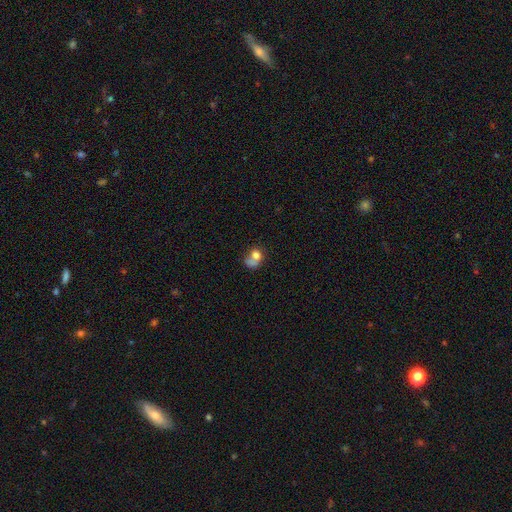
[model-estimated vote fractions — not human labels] A smooth galaxy with no disk features (69%) that is round (53%). Merging: merger (31%).